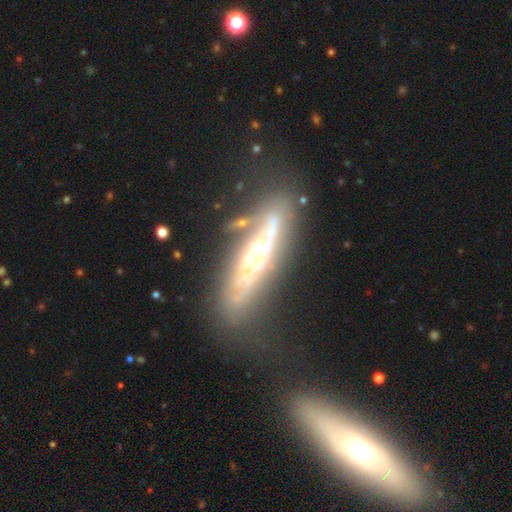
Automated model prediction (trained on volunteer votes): A featured or disk galaxy (80%) viewed edge-on (55%). Merging: none (62%).